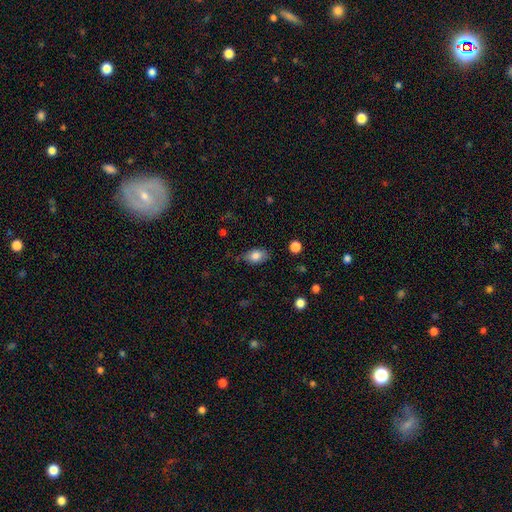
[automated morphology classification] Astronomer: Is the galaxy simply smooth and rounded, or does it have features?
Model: smooth — 81%.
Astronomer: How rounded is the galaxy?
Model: in between — 87%.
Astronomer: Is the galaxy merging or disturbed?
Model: none — 73%.